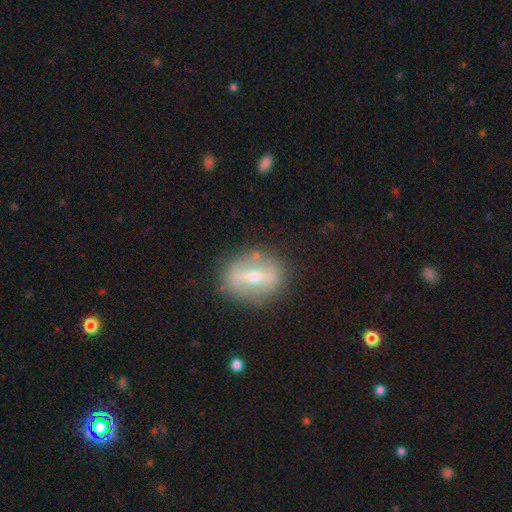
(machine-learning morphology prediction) Smooth or featured? featured or disk (67%)
Edge-on disk? no (76%)
Bar? strong (73%)
Spiral arms? no (80%)
Bulge size? moderate (53%)
Merging? none (85%)